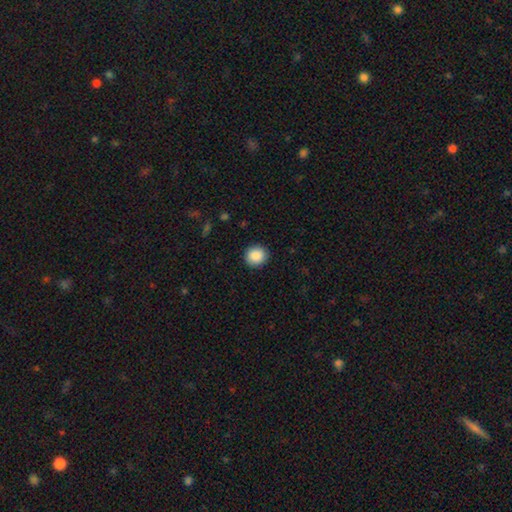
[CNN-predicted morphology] smooth 89%, star or artifact 8%, featured or disk 3%. Down the decision tree: how rounded — round (90%); merging — none (90%).